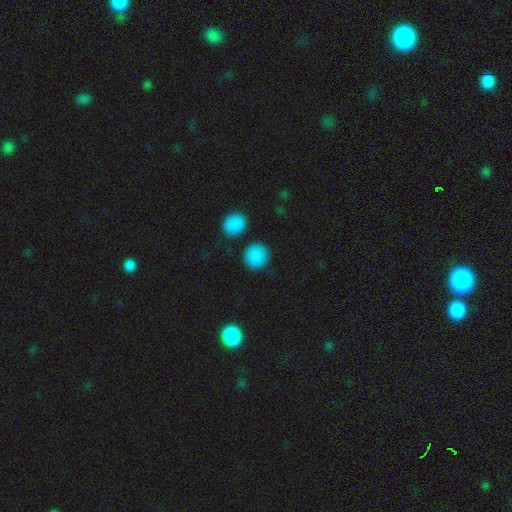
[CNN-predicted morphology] This appears to be a smooth galaxy with no disk features (87%) that is round (89%). Merging: none (87%).